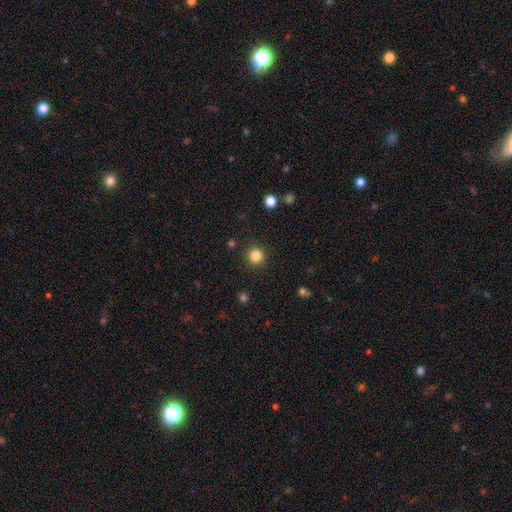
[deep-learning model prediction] This appears to be a smooth galaxy with no disk features (83%) that is round (95%). Merging: none (91%).